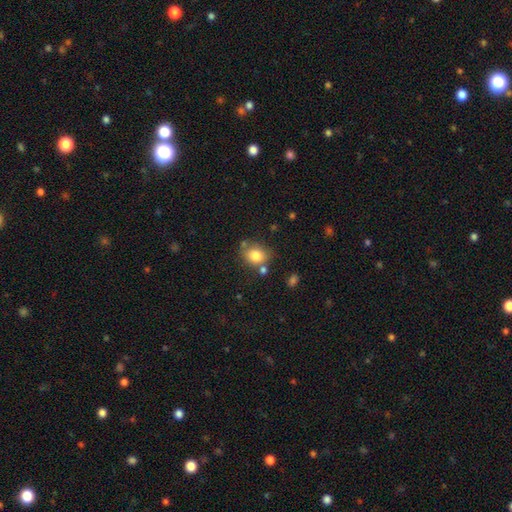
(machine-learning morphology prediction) A smooth galaxy with no disk features (81%) that is round (62%).

Vote fractions:
- Smooth or featured? smooth: 81% / star or artifact: 10% / featured or disk: 9%
- How rounded? round: 62% / in between: 37% / cigar-shaped: 1%
- Merging? none: 63% / minor disturbance: 17% / merger: 14% / major disturbance: 5%